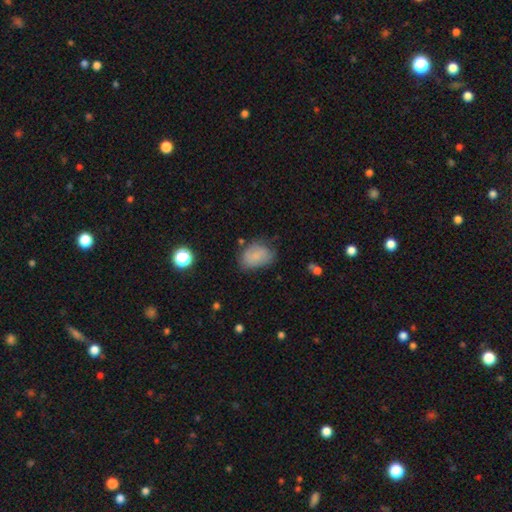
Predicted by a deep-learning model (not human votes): The model was most divided on "merging": none: 62%, minor disturbance: 26%, major disturbance: 8%, merger: 3%. More confident: smooth or featured — smooth (79%); how rounded — in between (75%).